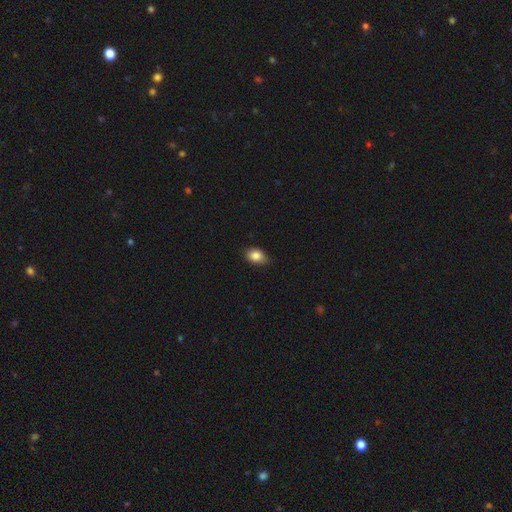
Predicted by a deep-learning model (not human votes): A smooth galaxy with no disk features (85%) that is in between round and cigar-shaped (77%).

Vote fractions:
- Smooth or featured? smooth: 85% / star or artifact: 8% / featured or disk: 7%
- How rounded? in between: 77% / round: 21% / cigar-shaped: 1%
- Merging? none: 79% / minor disturbance: 18% / major disturbance: 2% / merger: 1%